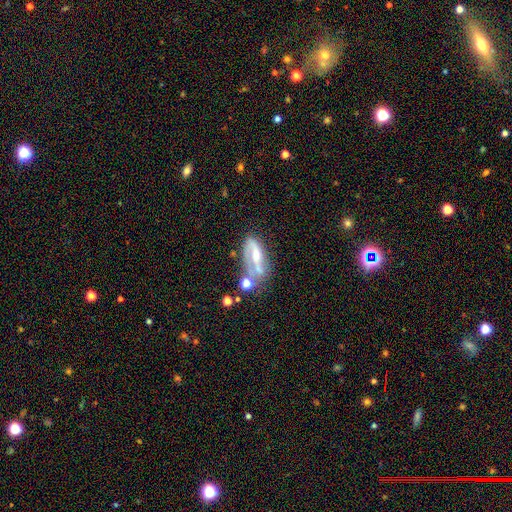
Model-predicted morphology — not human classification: Smooth or featured: featured or disk — 68% (smooth — 22%)
Edge-on disk: no — 89% (yes — 11%)
Bar: weak — 36% (no — 34%)
Spiral arms: yes — 80% (no — 20%)
Bulge size: moderate — 42% (small — 39%)
Merging: none — 39% (minor disturbance — 22%)